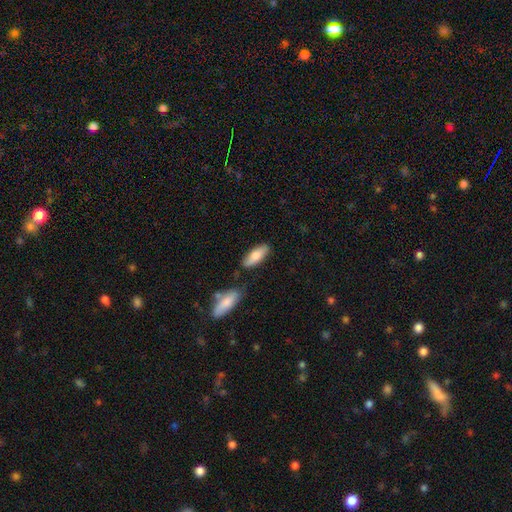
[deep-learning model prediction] This appears to be a smooth galaxy with no disk features (79%) that is in between round and cigar-shaped (72%). Merging: none (76%).